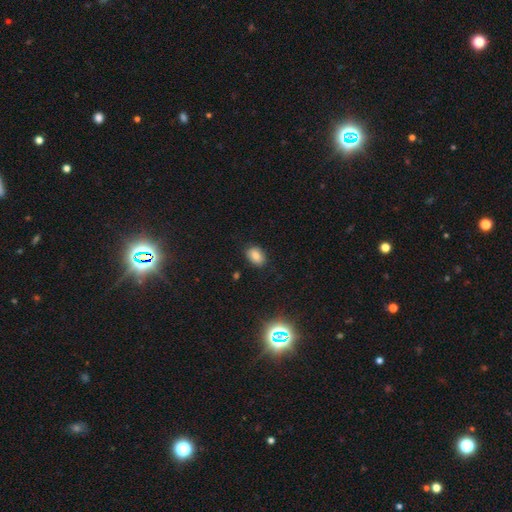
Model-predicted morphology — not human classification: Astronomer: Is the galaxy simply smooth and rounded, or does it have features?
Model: smooth — 80%.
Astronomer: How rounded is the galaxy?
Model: in between — 78%.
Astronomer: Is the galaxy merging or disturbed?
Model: none — 84%.